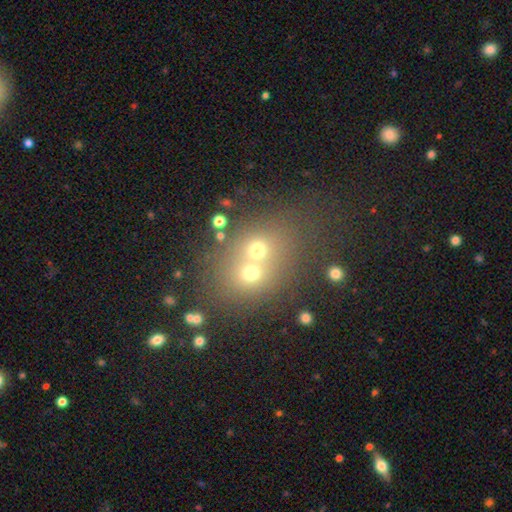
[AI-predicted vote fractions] Smooth or featured? smooth (54%)
How rounded? round (62%)
Merging? merger (58%)